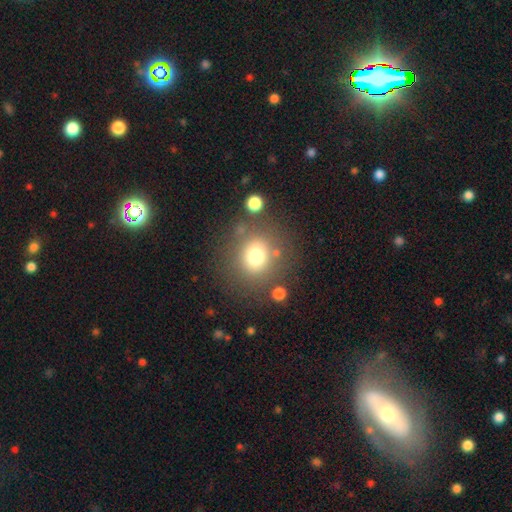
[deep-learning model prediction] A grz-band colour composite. It shows a smooth galaxy with no disk features (74%) that is round (86%). Merging: none (77%).